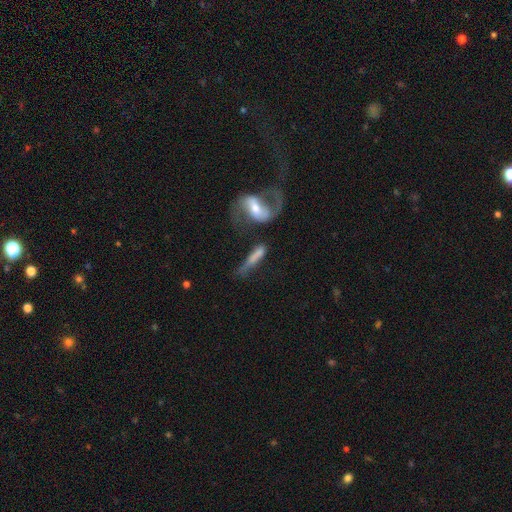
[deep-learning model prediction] smooth 50%, featured or disk 42%, star or artifact 8%. Down the decision tree: merging — none (33%).